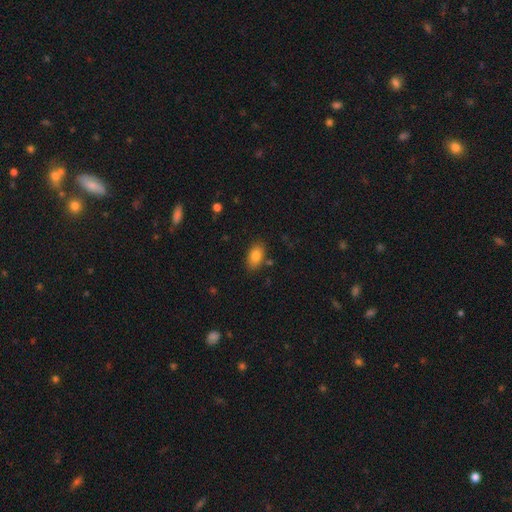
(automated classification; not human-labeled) Overall: smooth (81%). How rounded: in between (90%). Merging: none (83%).